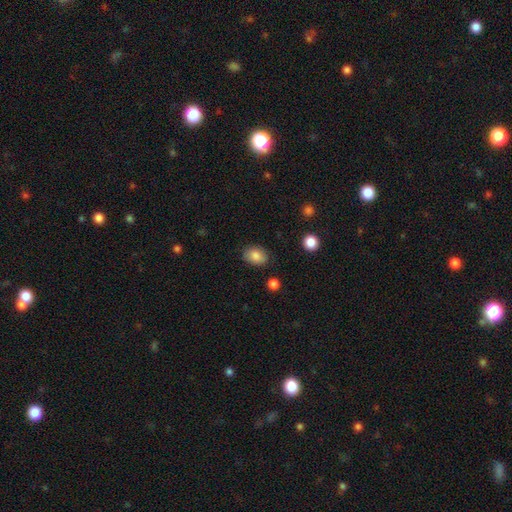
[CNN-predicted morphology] The model was most divided on "how rounded": in between: 70%, round: 29%, cigar-shaped: 1%. More confident: smooth or featured — smooth (85%); merging — none (82%).